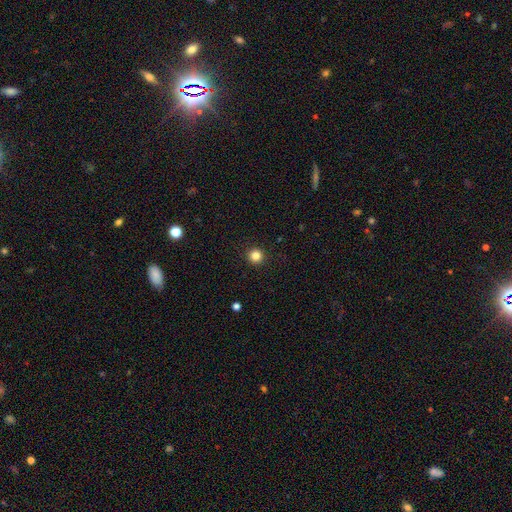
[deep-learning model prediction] A smooth galaxy with no disk features (84%) that is round (95%).

Vote fractions:
- Smooth or featured? smooth: 84% / star or artifact: 12% / featured or disk: 4%
- How rounded? round: 95% / in between: 4% / cigar-shaped: 1%
- Merging? none: 93% / minor disturbance: 4% / major disturbance: 2% / merger: 1%